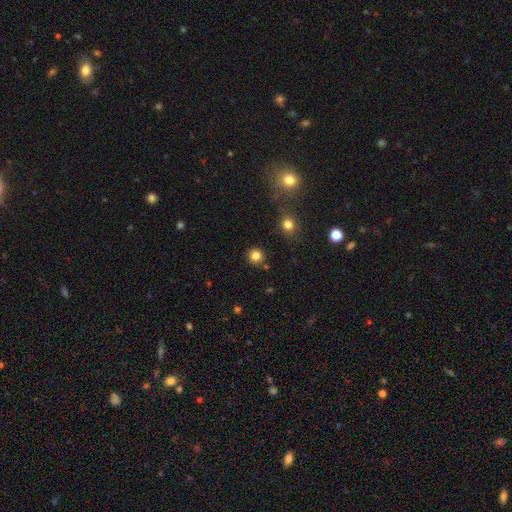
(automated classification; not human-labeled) Smooth or featured?
  - smooth: 83% *
  - star or artifact: 12%
  - featured or disk: 5%
How rounded?
  - round: 93% *
  - in between: 7%
  - cigar-shaped: 1%
Merging?
  - none: 88% *
  - minor disturbance: 7%
  - merger: 3%
  - major disturbance: 2%